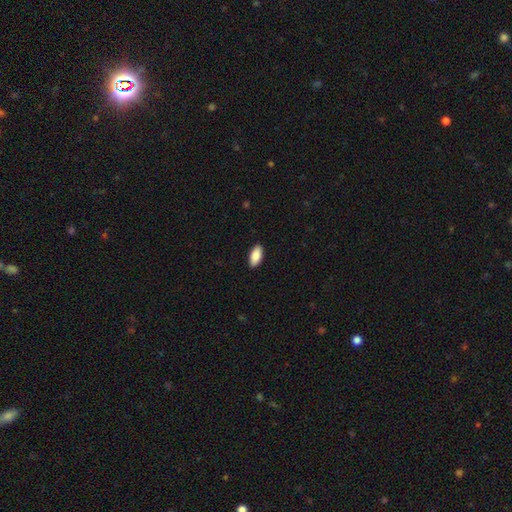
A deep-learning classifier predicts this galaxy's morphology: A smooth galaxy with no disk features (87%) that is in between round and cigar-shaped (90%). Merging: none (90%).